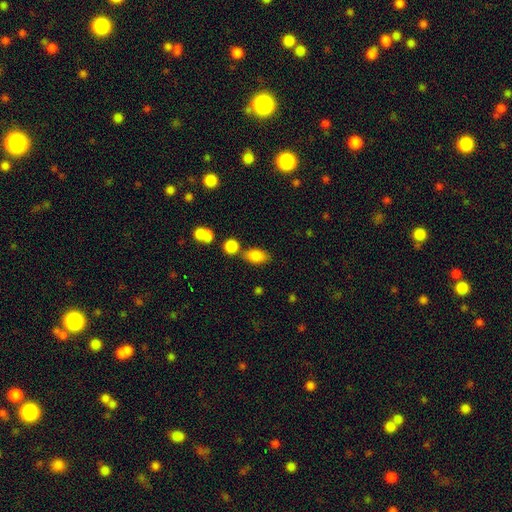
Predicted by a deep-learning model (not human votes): smooth_or_featured: smooth (p=0.83) [alt: star or artifact p=0.09]
how_rounded: in between (p=0.86) [alt: round p=0.11]
merging: none (p=0.63) [alt: merger p=0.18]